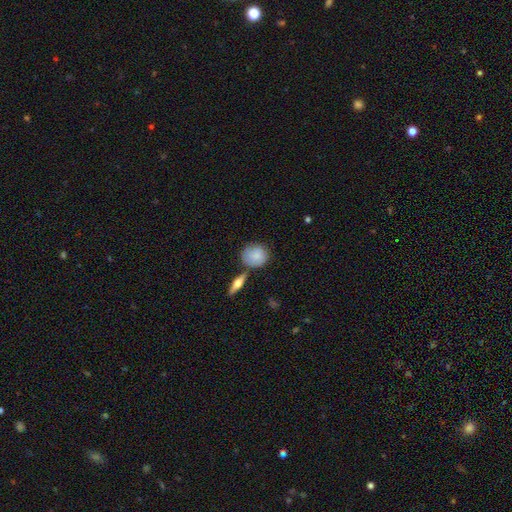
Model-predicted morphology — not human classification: smooth_or_featured: smooth (p=0.76) [alt: featured or disk p=0.18]
how_rounded: round (p=0.77) [alt: in between p=0.21]
merging: none (p=0.64) [alt: minor disturbance p=0.21]